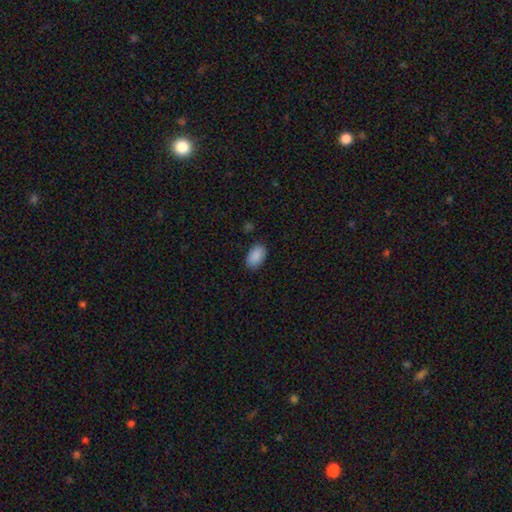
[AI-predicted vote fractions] smooth_or_featured: smooth (p=0.90) [alt: star or artifact p=0.07]
how_rounded: in between (p=0.93) [alt: round p=0.06]
merging: none (p=0.85) [alt: minor disturbance p=0.11]